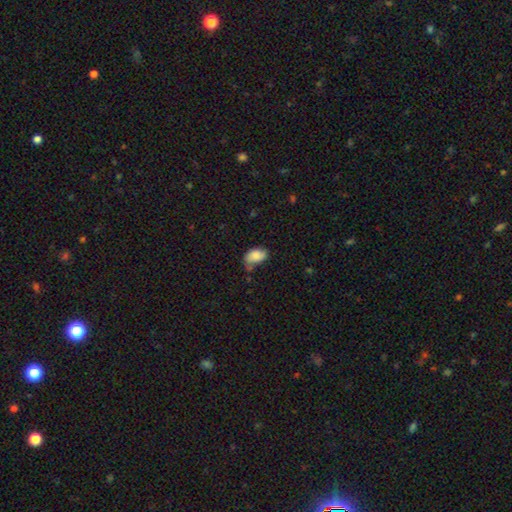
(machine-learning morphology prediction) smooth_or_featured: smooth (p=0.82) [alt: featured or disk p=0.10]
how_rounded: in between (p=0.89) [alt: round p=0.09]
merging: none (p=0.48) [alt: minor disturbance p=0.34]